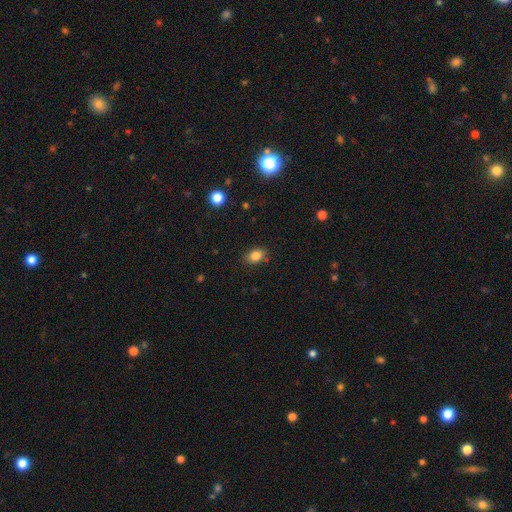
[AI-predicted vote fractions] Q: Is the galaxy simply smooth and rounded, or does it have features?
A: smooth — 84%.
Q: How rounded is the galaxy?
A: in between — 74%.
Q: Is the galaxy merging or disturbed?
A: none — 83%.